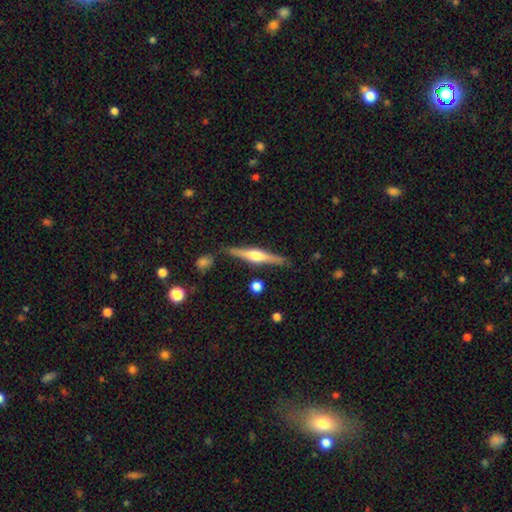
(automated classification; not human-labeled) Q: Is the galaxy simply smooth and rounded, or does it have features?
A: featured or disk — 73%.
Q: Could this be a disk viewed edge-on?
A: yes — 98%.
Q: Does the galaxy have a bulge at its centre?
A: rounded — 89%.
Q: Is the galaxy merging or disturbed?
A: none — 84%.